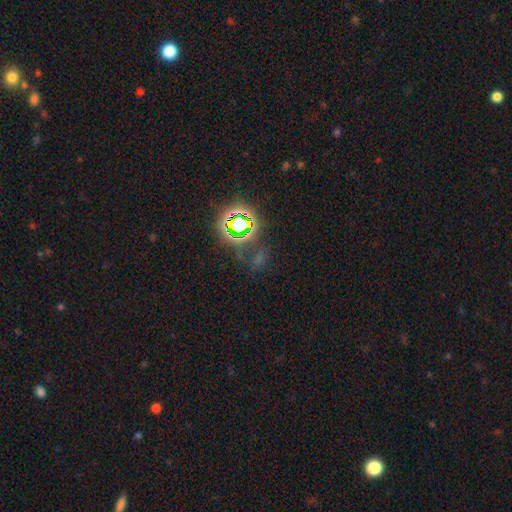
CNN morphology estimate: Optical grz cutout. It shows a star or artifact, not a galaxy (75%).